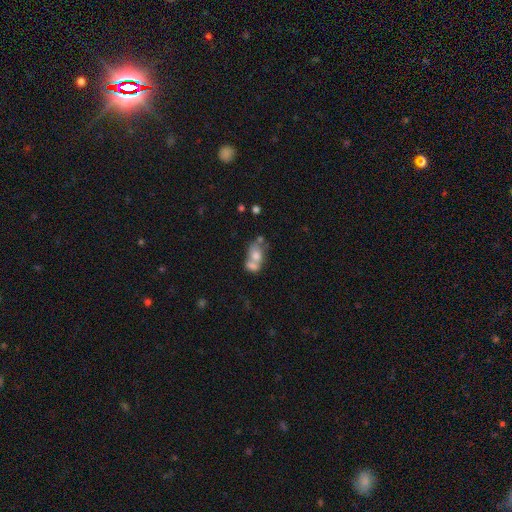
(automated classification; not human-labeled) smooth 65%, featured or disk 25%, star or artifact 10%. Down the decision tree: how rounded — in between (70%); merging — merger (63%).